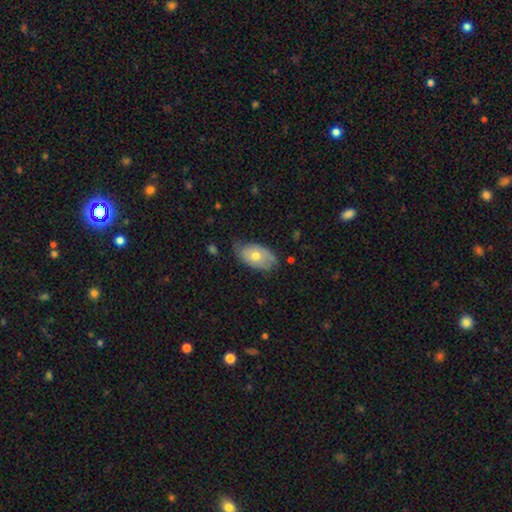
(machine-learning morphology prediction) smooth_or_featured: smooth (p=0.65) [alt: featured or disk p=0.28]
how_rounded: in between (p=0.92) [alt: round p=0.07]
merging: none (p=0.64) [alt: minor disturbance p=0.29]